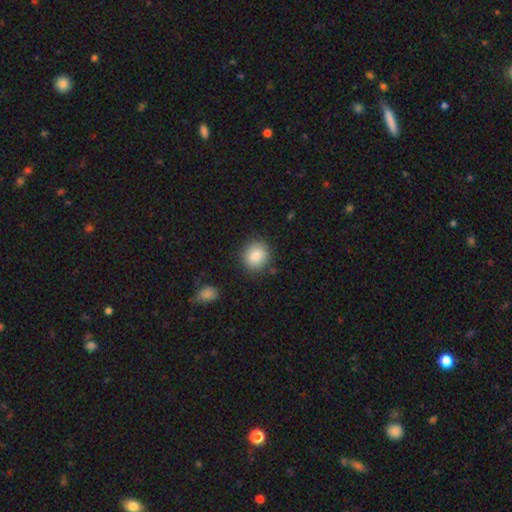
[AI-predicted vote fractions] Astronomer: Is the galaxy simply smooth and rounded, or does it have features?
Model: smooth — 85%.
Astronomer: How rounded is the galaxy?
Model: round — 83%.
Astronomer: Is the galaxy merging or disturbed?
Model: none — 86%.